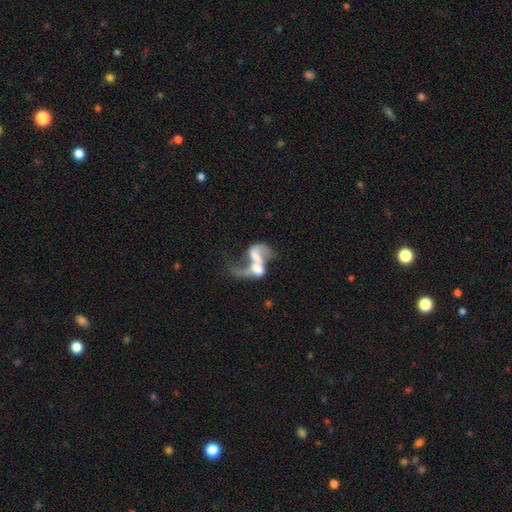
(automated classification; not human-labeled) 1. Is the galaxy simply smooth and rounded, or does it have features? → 65% featured or disk, 25% smooth, 10% star or artifact.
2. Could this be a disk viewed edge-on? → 96% no, 4% yes.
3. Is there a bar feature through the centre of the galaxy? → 51% no, 29% weak, 20% strong.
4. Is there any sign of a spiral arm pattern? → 65% yes, 35% no.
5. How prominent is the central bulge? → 31% none, 26% moderate, 21% large, 16% small, 6% dominant.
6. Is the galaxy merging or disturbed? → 63% merger, 20% major disturbance, 11% none, 5% minor disturbance.